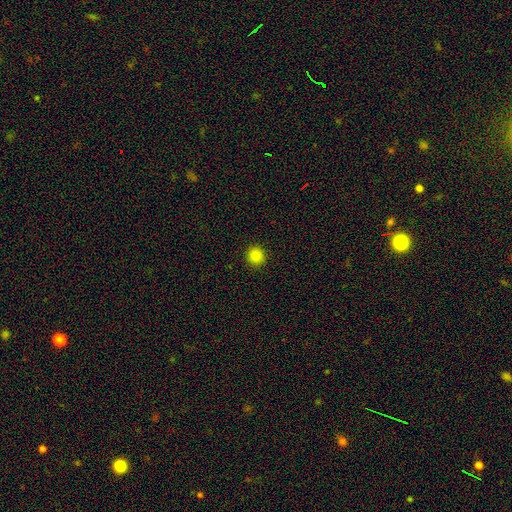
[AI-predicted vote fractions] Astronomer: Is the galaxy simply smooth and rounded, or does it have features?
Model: smooth — 84%.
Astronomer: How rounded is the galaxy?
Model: round — 92%.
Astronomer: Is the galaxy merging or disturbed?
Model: none — 93%.